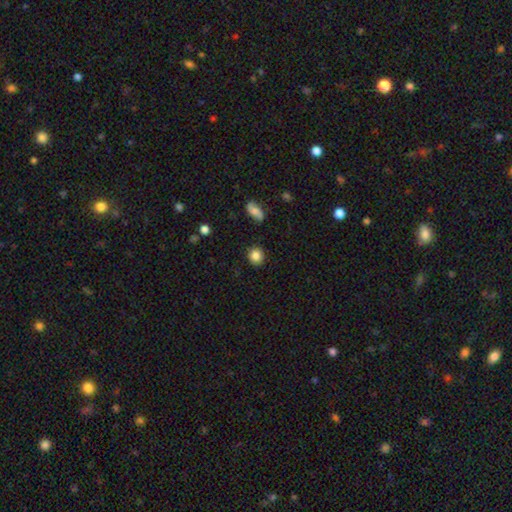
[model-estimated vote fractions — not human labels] The model was most divided on "how rounded": round: 87%, in between: 11%, cigar-shaped: 1%. More confident: merging — none (89%); smooth or featured — smooth (85%).